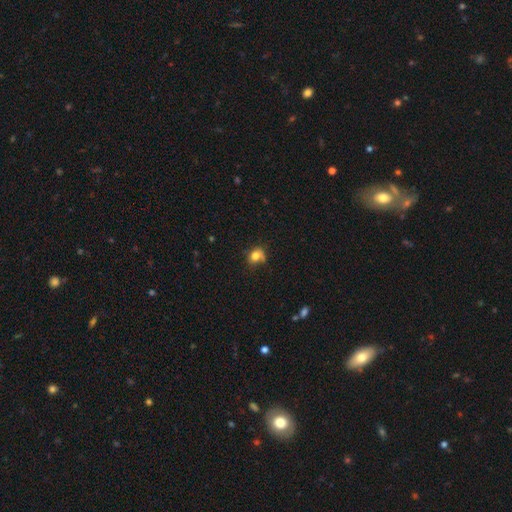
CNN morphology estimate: A smooth galaxy with no disk features (76%) that is round (59%).

Vote fractions:
- Smooth or featured? smooth: 76% / star or artifact: 12% / featured or disk: 11%
- How rounded? round: 59% / in between: 40% / cigar-shaped: 1%
- Merging? none: 50% / minor disturbance: 28% / major disturbance: 13% / merger: 9%